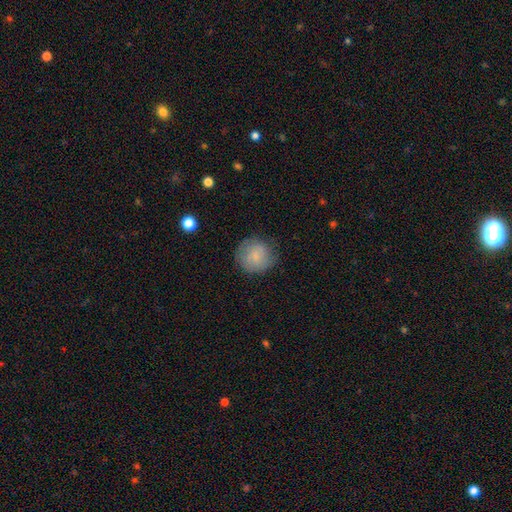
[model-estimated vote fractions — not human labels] Q: Smooth or featured?
A: smooth (81%); runner-up: featured or disk (12%)
Q: How rounded?
A: round (91%); runner-up: in between (8%)
Q: Merging?
A: none (77%); runner-up: minor disturbance (17%)